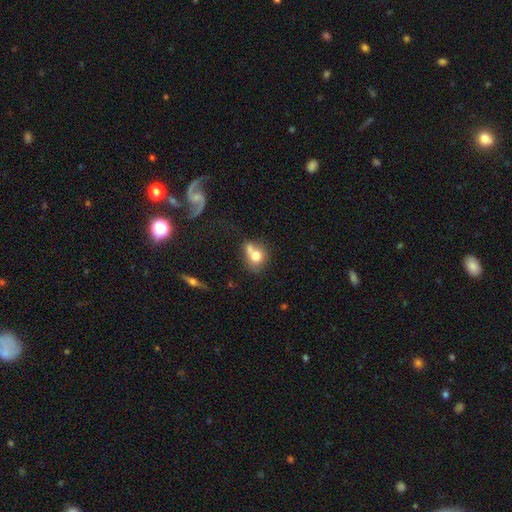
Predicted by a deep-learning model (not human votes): The model was most divided on "merging": merger: 46%, none: 35%, minor disturbance: 12%, major disturbance: 7%. More confident: smooth or featured — smooth (70%); how rounded — round (66%).